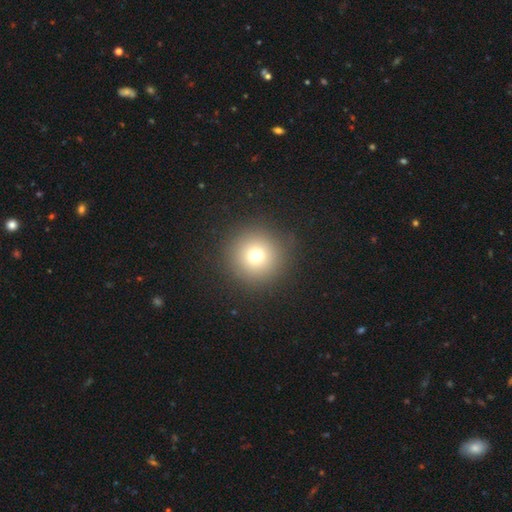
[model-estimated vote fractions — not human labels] Morphology: type=smooth (72%); roundness=round (96%); merging=none (89%).